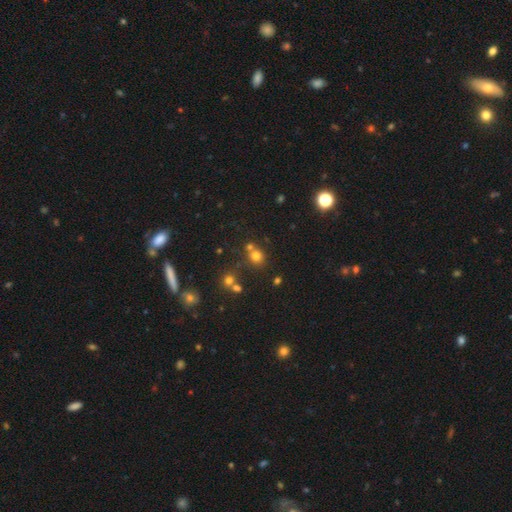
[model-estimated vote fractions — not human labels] smooth-or-featured: smooth: 72% | star or artifact: 19% | featured or disk: 9%
  how-rounded: round: 82% | in between: 17% | cigar-shaped: 1%
  merging: none: 61% | merger: 25% | minor disturbance: 10% | major disturbance: 4%